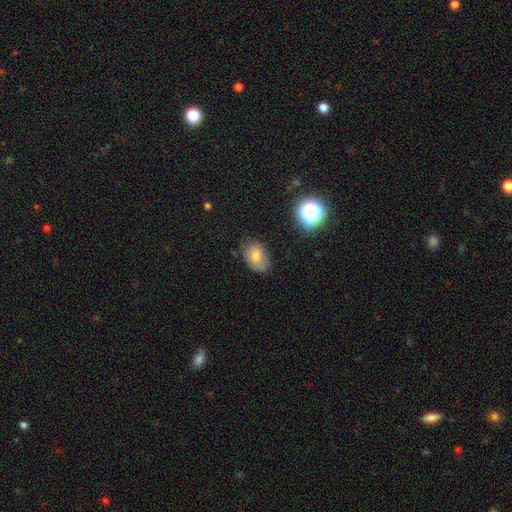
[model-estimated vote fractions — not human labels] Smooth or featured?
  - smooth: 75% *
  - featured or disk: 14%
  - star or artifact: 11%
How rounded?
  - in between: 82% *
  - round: 16%
  - cigar-shaped: 1%
Merging?
  - none: 70% *
  - minor disturbance: 23%
  - major disturbance: 5%
  - merger: 2%